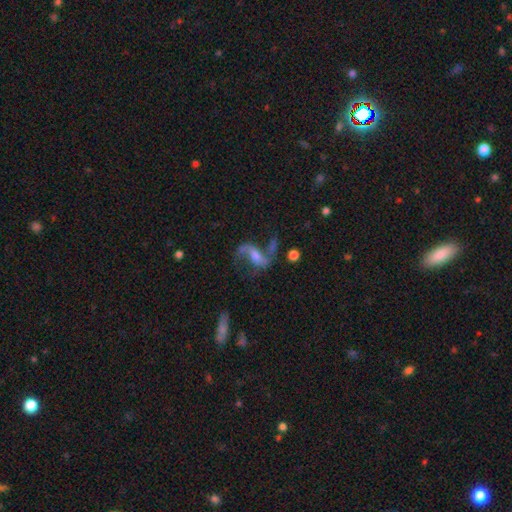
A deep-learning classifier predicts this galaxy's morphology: A featured or disk galaxy (80%) with a weak bar (40%), 2 (87%) loose (78%) spiral arms (91%) and a moderate central bulge (42%). Merging: none (52%).